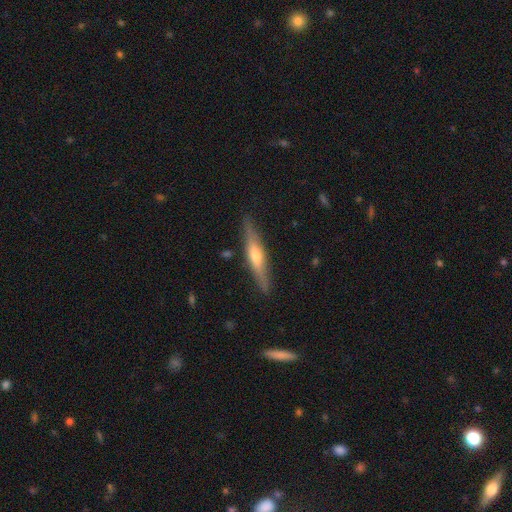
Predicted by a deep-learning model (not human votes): A featured or disk galaxy (60%) viewed edge-on (93%) with a rounded central bulge (80%). Merging: none (86%).